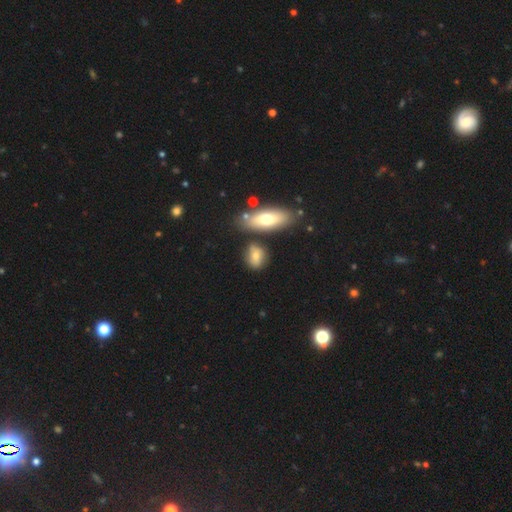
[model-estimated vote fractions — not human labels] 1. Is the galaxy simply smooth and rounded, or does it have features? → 72% smooth, 19% featured or disk, 9% star or artifact.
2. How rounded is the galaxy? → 58% in between, 35% round, 6% cigar-shaped.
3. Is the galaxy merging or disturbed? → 70% none, 16% minor disturbance, 10% merger, 5% major disturbance.